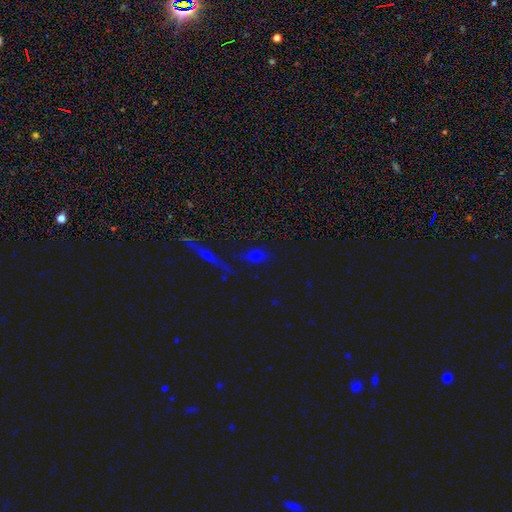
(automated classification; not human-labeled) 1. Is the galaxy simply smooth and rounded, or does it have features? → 58% smooth, 28% star or artifact, 14% featured or disk.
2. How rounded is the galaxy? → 73% in between, 18% round, 9% cigar-shaped.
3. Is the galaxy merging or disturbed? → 75% none, 14% minor disturbance, 5% merger, 5% major disturbance.